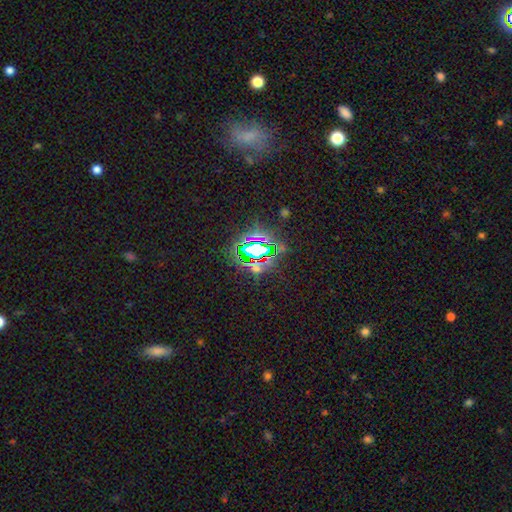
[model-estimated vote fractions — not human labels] A star or artifact, not a galaxy (75%).